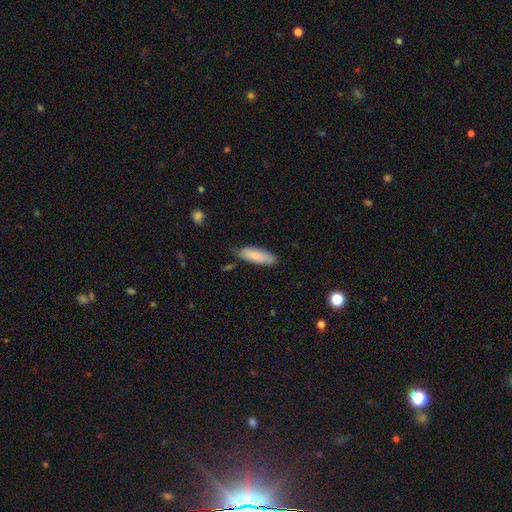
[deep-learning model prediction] Overall: smooth (82%). How rounded: in between (57%; cigar-shaped 42%). Merging: none (75%).